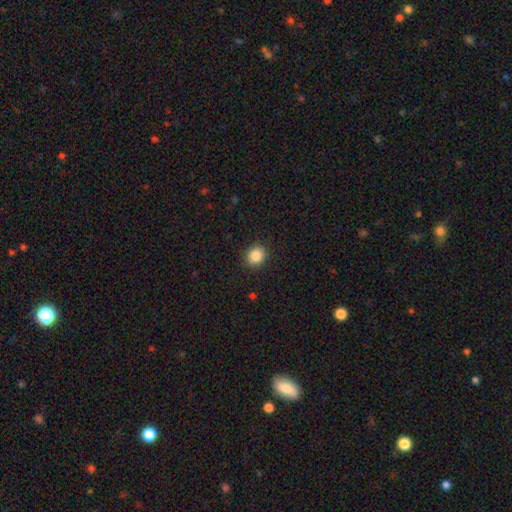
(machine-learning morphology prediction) Smooth or featured? Predicted: smooth (p=0.87). How rounded? Predicted: round (p=0.73). Merging? Predicted: none (p=0.90).